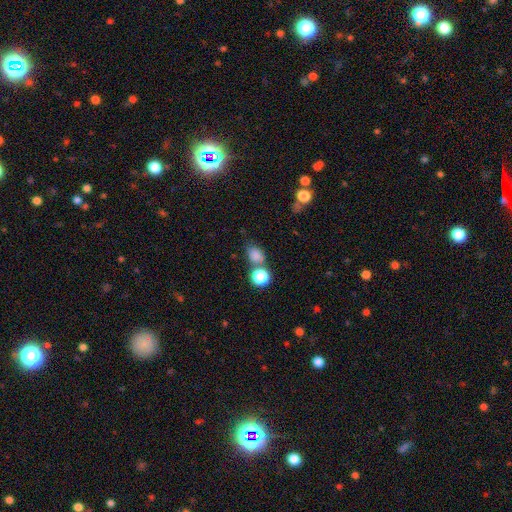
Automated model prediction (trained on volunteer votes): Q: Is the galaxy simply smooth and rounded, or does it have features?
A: smooth — 78%.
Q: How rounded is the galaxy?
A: round — 55%.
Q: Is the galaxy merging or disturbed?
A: none — 52%.